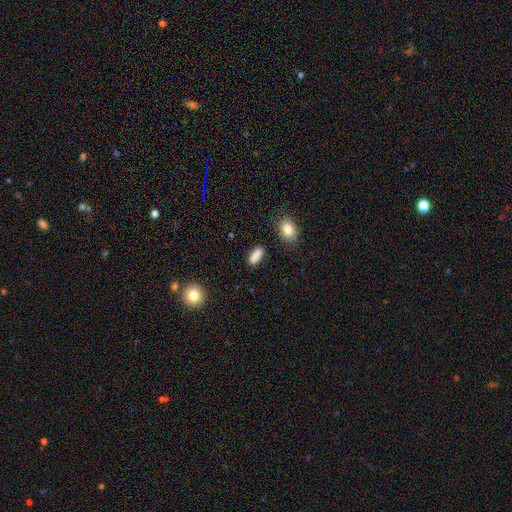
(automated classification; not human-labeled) smooth 87%, star or artifact 8%, featured or disk 5%. Down the decision tree: how rounded — in between (71%); merging — none (85%).